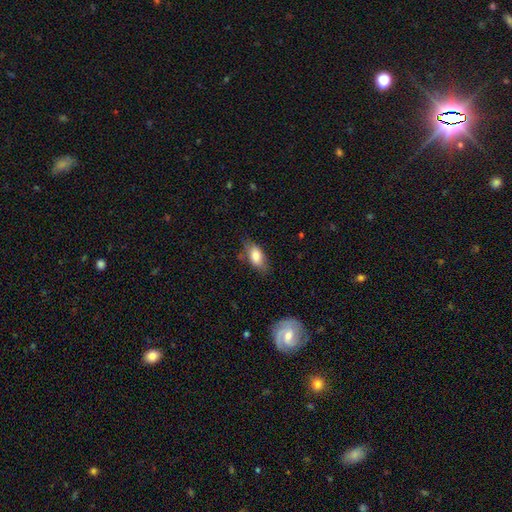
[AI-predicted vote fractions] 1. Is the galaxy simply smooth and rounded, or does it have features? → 80% smooth, 13% featured or disk, 7% star or artifact.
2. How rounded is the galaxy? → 87% in between, 9% cigar-shaped, 4% round.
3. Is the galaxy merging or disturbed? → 68% none, 24% minor disturbance, 6% major disturbance, 2% merger.